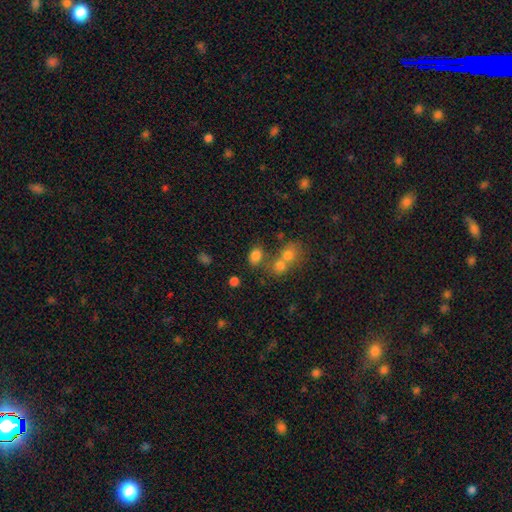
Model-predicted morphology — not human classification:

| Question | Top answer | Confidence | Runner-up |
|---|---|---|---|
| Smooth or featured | smooth | 78% | star or artifact (14%) |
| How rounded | in between | 71% | round (28%) |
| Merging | none | 54% | merger (28%) |